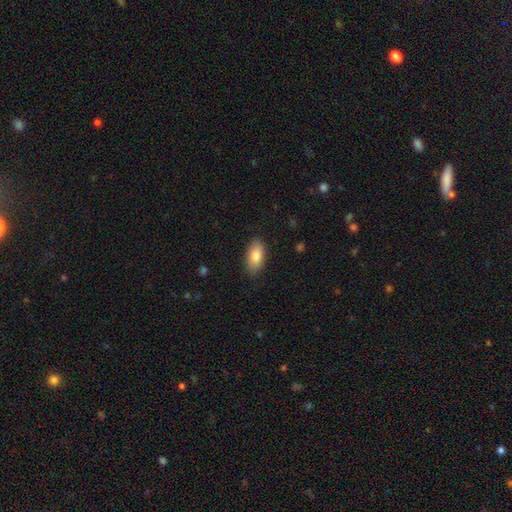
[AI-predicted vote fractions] The model was most divided on "merging": none: 84%, minor disturbance: 12%, major disturbance: 3%, merger: 1%. More confident: how rounded — in between (90%); smooth or featured — smooth (85%).